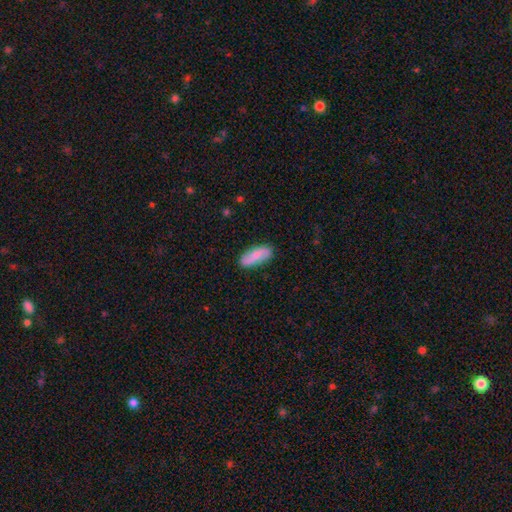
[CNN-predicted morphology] Smooth or featured? smooth (69%)
How rounded? in between (71%)
Merging? none (82%)